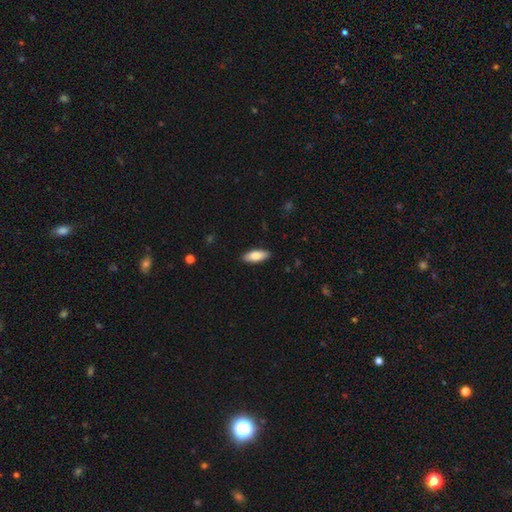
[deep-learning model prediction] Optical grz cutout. It shows a smooth galaxy with no disk features (81%) that is in between round and cigar-shaped (77%). Merging: none (89%).